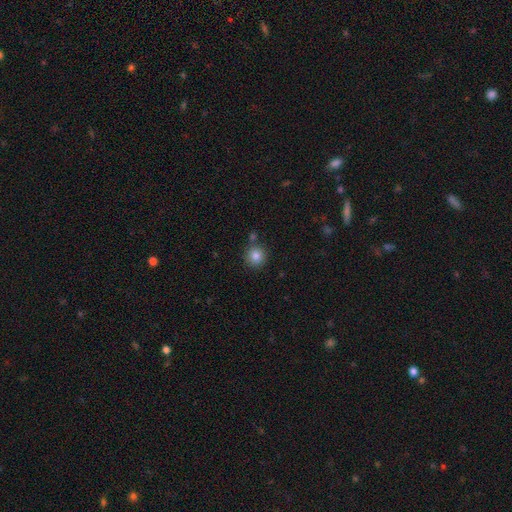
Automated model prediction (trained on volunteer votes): smooth 84%, star or artifact 10%, featured or disk 6%. Down the decision tree: how rounded — round (92%); merging — none (79%).